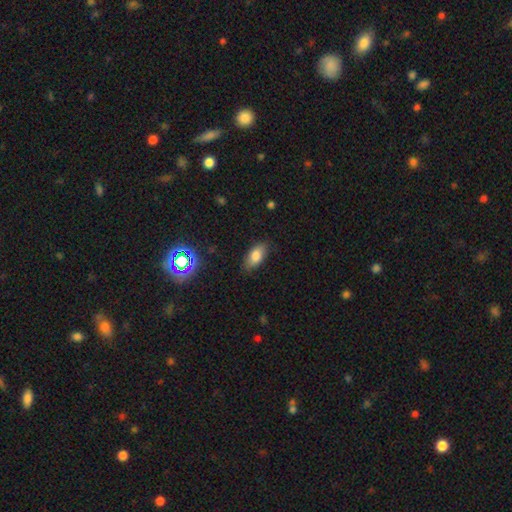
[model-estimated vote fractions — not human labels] Smooth or featured?
  - smooth: 80% *
  - featured or disk: 11%
  - star or artifact: 10%
How rounded?
  - in between: 89% *
  - cigar-shaped: 7%
  - round: 4%
Merging?
  - none: 82% *
  - minor disturbance: 14%
  - major disturbance: 3%
  - merger: 1%